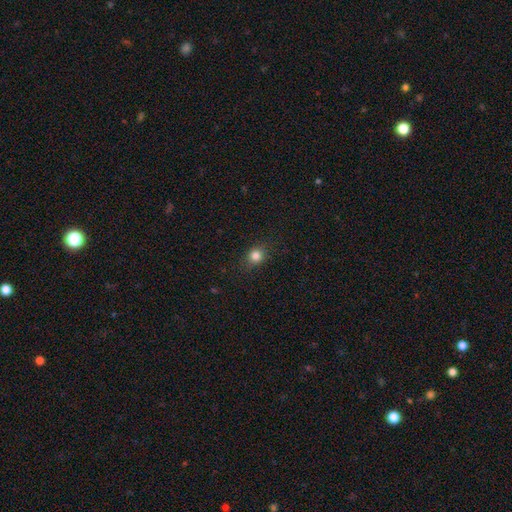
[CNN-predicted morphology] smooth-or-featured: smooth: 82% | star or artifact: 12% | featured or disk: 6%
  how-rounded: round: 73% | in between: 26% | cigar-shaped: 1%
  merging: none: 84% | minor disturbance: 11% | major disturbance: 3% | merger: 1%